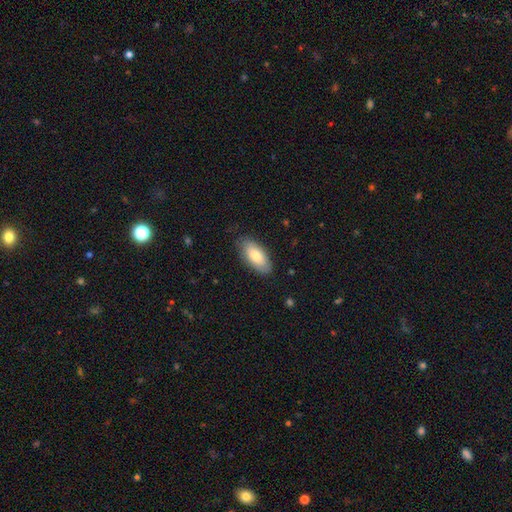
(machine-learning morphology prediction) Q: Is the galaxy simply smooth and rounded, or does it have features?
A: smooth — 78%.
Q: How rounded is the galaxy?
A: in between — 89%.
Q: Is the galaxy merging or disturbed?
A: none — 82%.